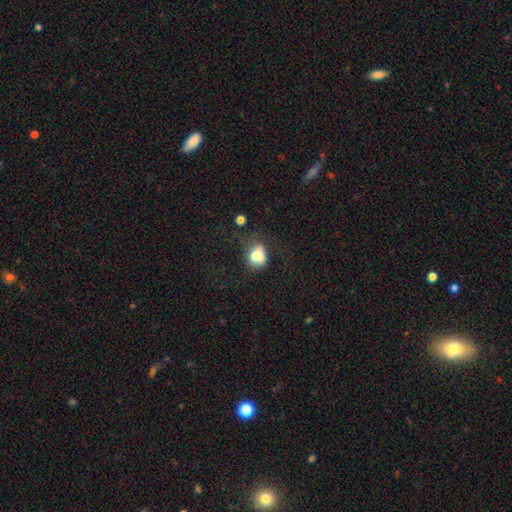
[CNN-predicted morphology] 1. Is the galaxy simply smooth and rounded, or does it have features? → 70% smooth, 19% featured or disk, 11% star or artifact.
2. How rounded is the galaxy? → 60% round, 39% in between, 1% cigar-shaped.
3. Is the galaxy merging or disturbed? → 37% none, 24% minor disturbance, 20% merger, 19% major disturbance.